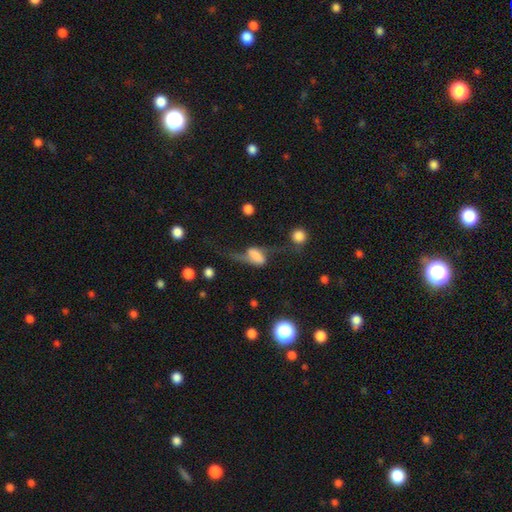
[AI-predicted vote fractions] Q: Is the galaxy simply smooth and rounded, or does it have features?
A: featured or disk — 55%.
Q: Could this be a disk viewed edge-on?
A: no — 87%.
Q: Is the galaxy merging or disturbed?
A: major disturbance — 42%.